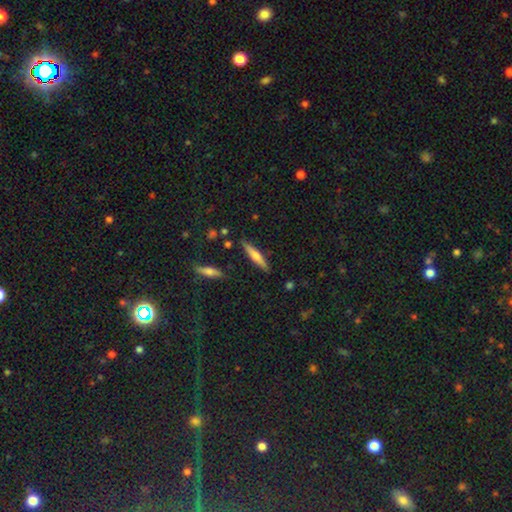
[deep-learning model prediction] smooth-or-featured: smooth: 52% | featured or disk: 41% | star or artifact: 7%
  how-rounded: cigar-shaped: 87% | in between: 11% | round: 2%
  merging: none: 87% | minor disturbance: 9% | merger: 2% | major disturbance: 2%